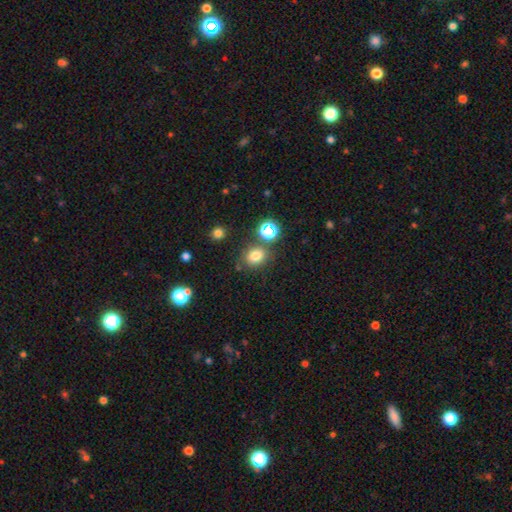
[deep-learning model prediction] Q: Smooth or featured?
A: smooth (75%); runner-up: star or artifact (18%)
Q: How rounded?
A: round (63%); runner-up: in between (36%)
Q: Merging?
A: none (74%); runner-up: minor disturbance (12%)